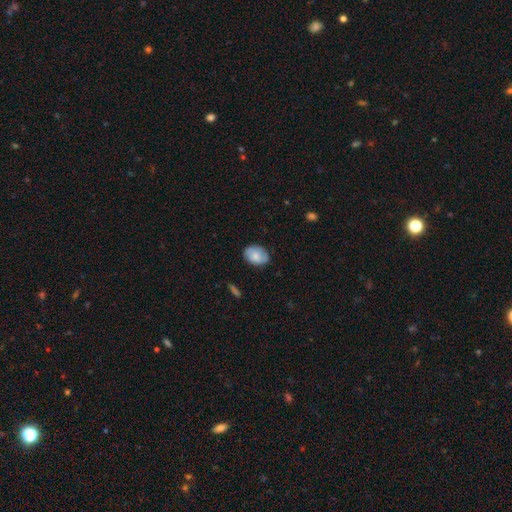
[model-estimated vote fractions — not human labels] smooth-or-featured: smooth: 78% | featured or disk: 15% | star or artifact: 7%
  how-rounded: in between: 72% | round: 27% | cigar-shaped: 1%
  merging: none: 80% | minor disturbance: 16% | major disturbance: 3% | merger: 1%